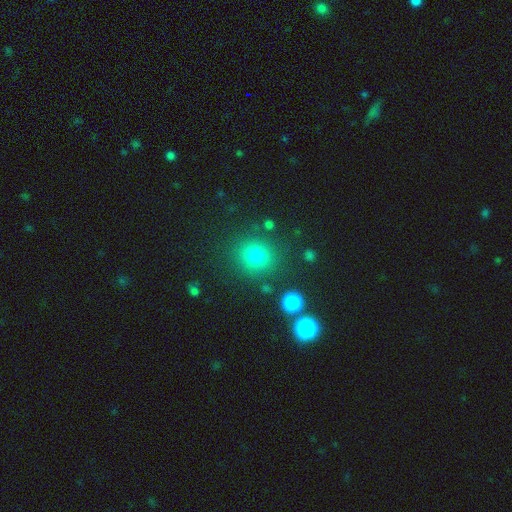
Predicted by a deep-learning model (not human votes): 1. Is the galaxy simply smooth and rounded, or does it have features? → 77% smooth, 16% star or artifact, 7% featured or disk.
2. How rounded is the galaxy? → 83% round, 15% in between, 1% cigar-shaped.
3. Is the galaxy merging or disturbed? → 82% none, 9% minor disturbance, 4% major disturbance, 4% merger.